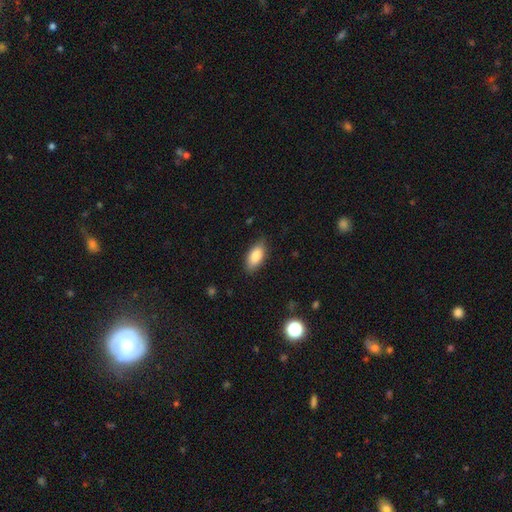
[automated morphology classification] A smooth galaxy with no disk features (84%) that is in between round and cigar-shaped (89%).

Vote fractions:
- Smooth or featured? smooth: 84% / featured or disk: 9% / star or artifact: 7%
- How rounded? in between: 89% / cigar-shaped: 8% / round: 3%
- Merging? none: 82% / minor disturbance: 15% / major disturbance: 3% / merger: 1%